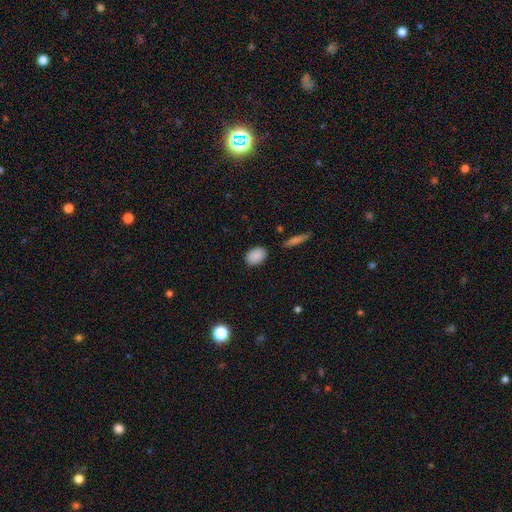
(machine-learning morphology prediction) Q: Smooth or featured?
A: smooth (89%); runner-up: star or artifact (7%)
Q: How rounded?
A: in between (85%); runner-up: round (13%)
Q: Merging?
A: none (86%); runner-up: minor disturbance (9%)